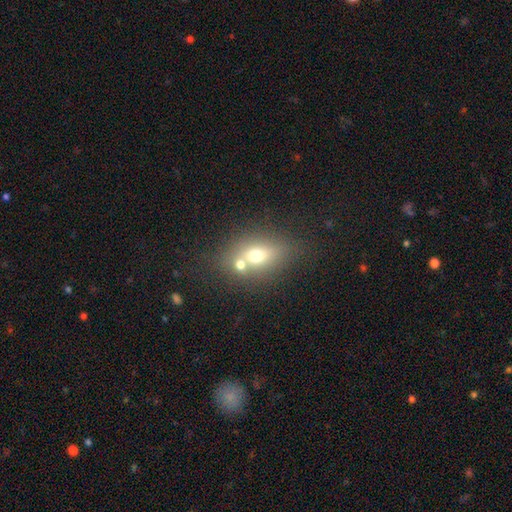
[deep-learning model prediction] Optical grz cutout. It shows a smooth galaxy with no disk features (64%) that is in between round and cigar-shaped (63%). Merging: none (48%).